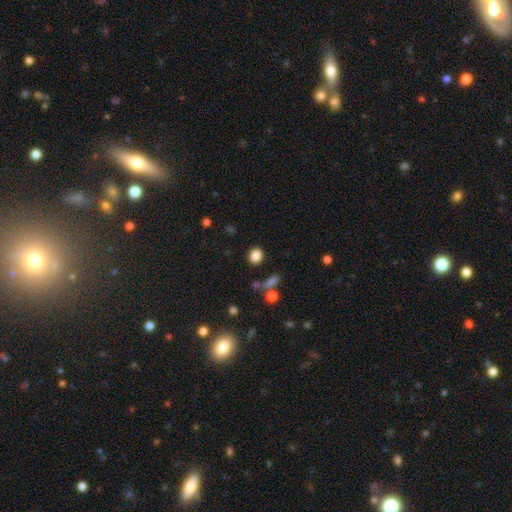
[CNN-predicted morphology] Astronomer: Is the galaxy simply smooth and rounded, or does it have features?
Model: smooth — 85%.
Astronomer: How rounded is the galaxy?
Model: round — 62% (runner-up: in between, 37%).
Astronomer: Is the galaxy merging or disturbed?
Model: none — 86%.